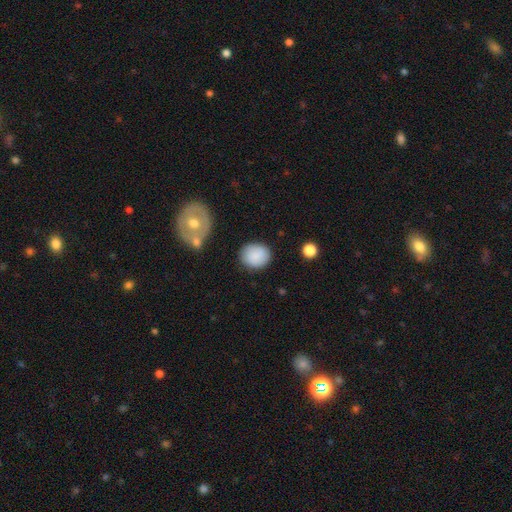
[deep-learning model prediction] Morphology: type=smooth (86%); roundness=round (72%); merging=none (84%).